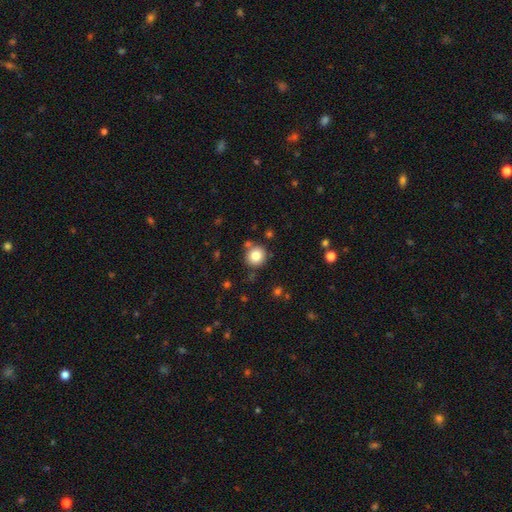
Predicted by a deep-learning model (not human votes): Smooth or featured: smooth — 81% (star or artifact — 11%)
How rounded: round — 93% (in between — 6%)
Merging: none — 81% (minor disturbance — 9%)